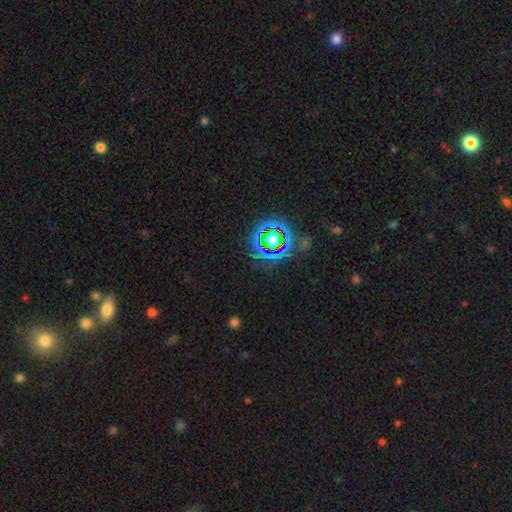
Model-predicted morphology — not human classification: smooth-or-featured: star or artifact: 73% | smooth: 15% | featured or disk: 12%